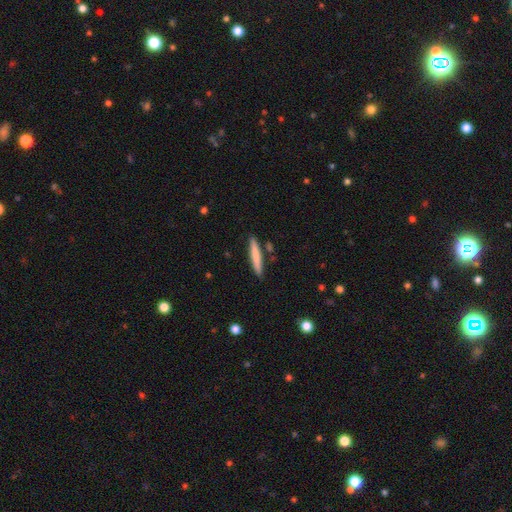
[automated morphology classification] smooth_or_featured: smooth (p=0.76) [alt: featured or disk p=0.18]
how_rounded: cigar-shaped (p=0.93) [alt: in between p=0.05]
merging: none (p=0.86) [alt: minor disturbance p=0.09]